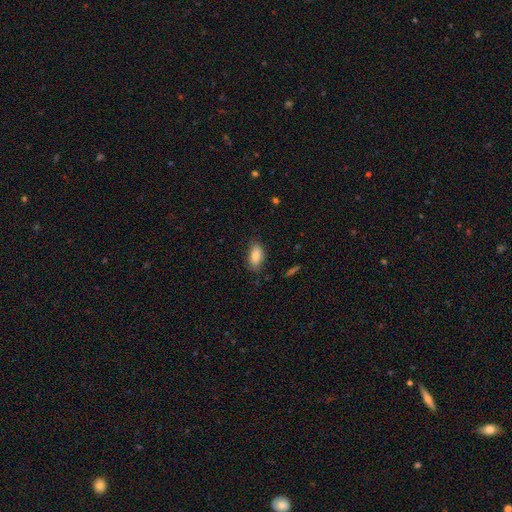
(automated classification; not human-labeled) Smooth or featured? Predicted: smooth (p=0.83). How rounded? Predicted: in between (p=0.89). Merging? Predicted: none (p=0.79).